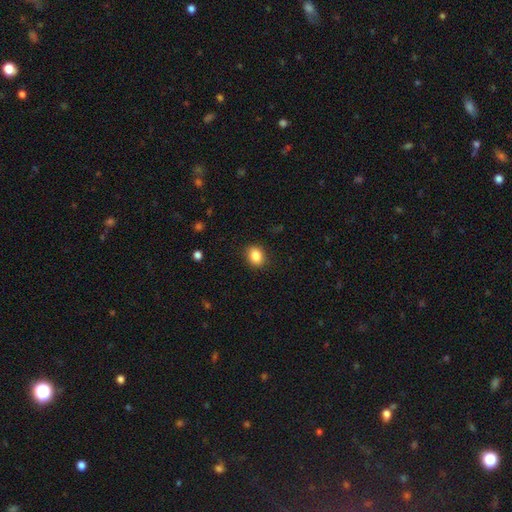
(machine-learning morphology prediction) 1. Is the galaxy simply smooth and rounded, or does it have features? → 86% smooth, 9% star or artifact, 5% featured or disk.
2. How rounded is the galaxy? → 55% in between, 44% round, 1% cigar-shaped.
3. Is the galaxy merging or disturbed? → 88% none, 9% minor disturbance, 2% major disturbance, 1% merger.